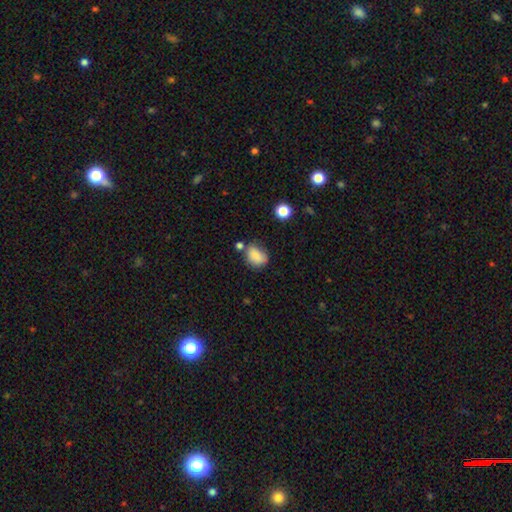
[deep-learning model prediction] Smooth or featured? smooth (81%)
How rounded? in between (62%)
Merging? none (53%)